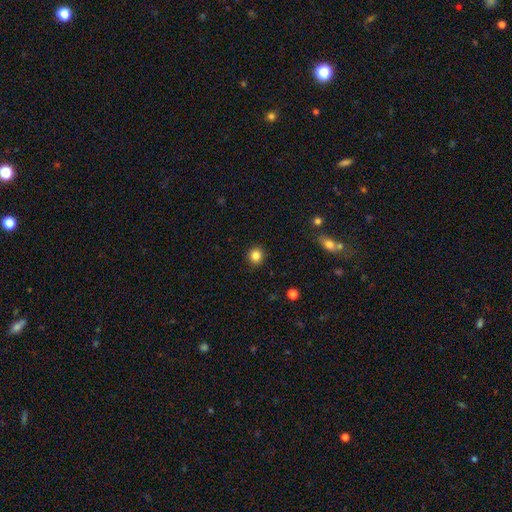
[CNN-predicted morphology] smooth-or-featured: smooth: 84% | star or artifact: 11% | featured or disk: 5%
  how-rounded: round: 90% | in between: 9% | cigar-shaped: 1%
  merging: none: 92% | minor disturbance: 5% | major disturbance: 2% | merger: 1%